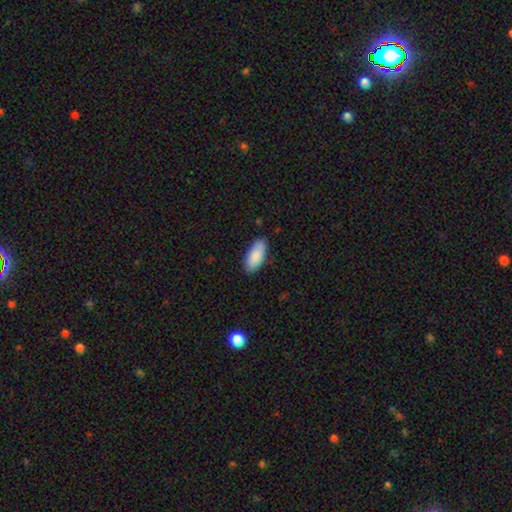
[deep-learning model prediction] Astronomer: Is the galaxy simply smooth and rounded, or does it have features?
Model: smooth — 89%.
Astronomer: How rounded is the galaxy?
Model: in between — 87%.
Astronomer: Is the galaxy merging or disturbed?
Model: none — 85%.